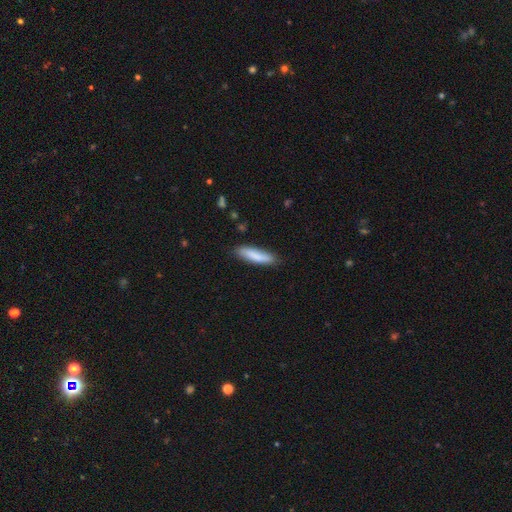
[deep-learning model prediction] Smooth or featured? Predicted: smooth (p=0.83). How rounded? Predicted: cigar-shaped (p=0.74). Merging? Predicted: none (p=0.83).